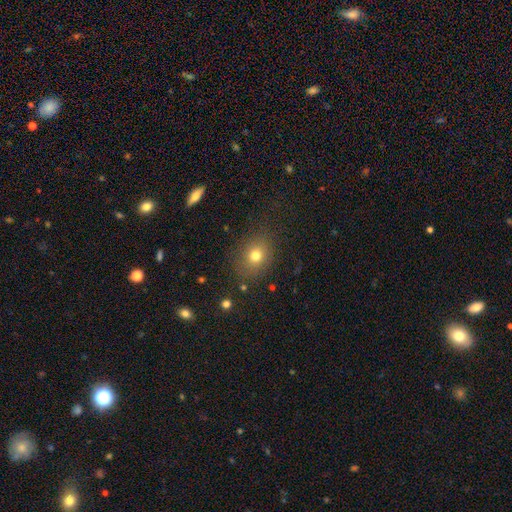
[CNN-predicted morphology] The model was most divided on "how rounded": round: 56%, in between: 42%, cigar-shaped: 1%. More confident: merging — none (80%); smooth or featured — smooth (75%).